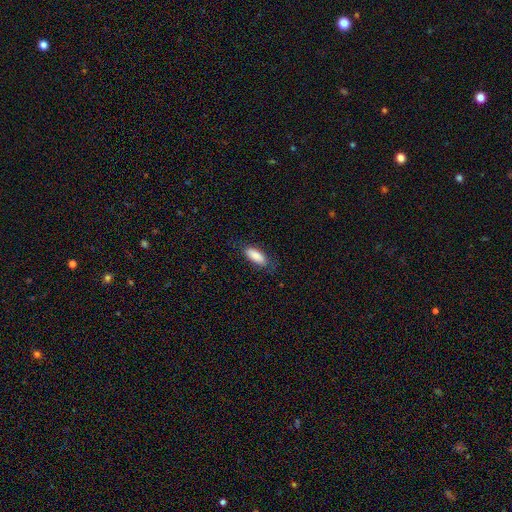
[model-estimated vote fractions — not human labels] This is clearly a smooth galaxy (85%). How rounded: likely in between (78%). Merging: likely none (76%).